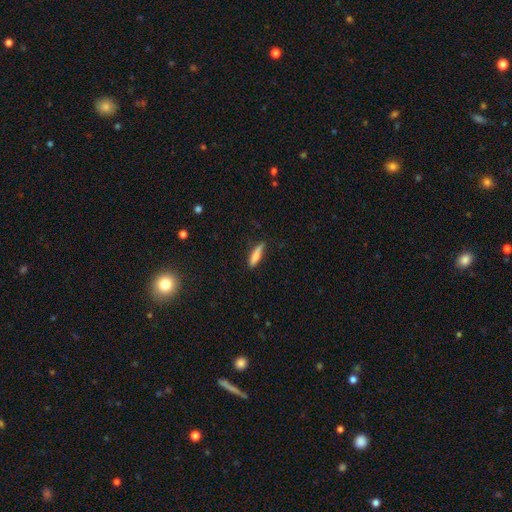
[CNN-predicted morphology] smooth 81%, featured or disk 13%, star or artifact 6%. Down the decision tree: how rounded — cigar-shaped (74%); merging — none (74%).